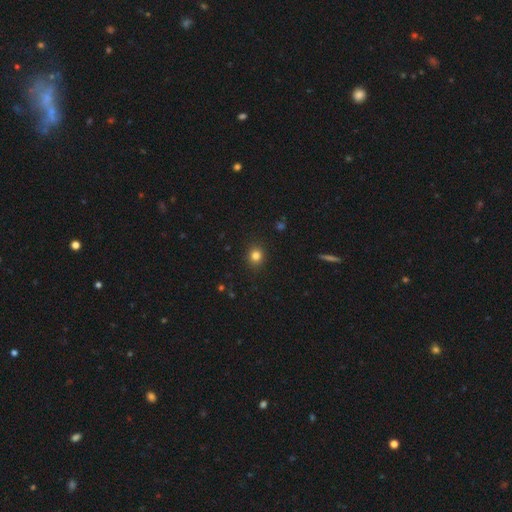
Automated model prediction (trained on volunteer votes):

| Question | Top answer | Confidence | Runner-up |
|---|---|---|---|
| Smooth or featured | smooth | 82% | star or artifact (13%) |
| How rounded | round | 83% | in between (16%) |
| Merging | none | 90% | minor disturbance (7%) |